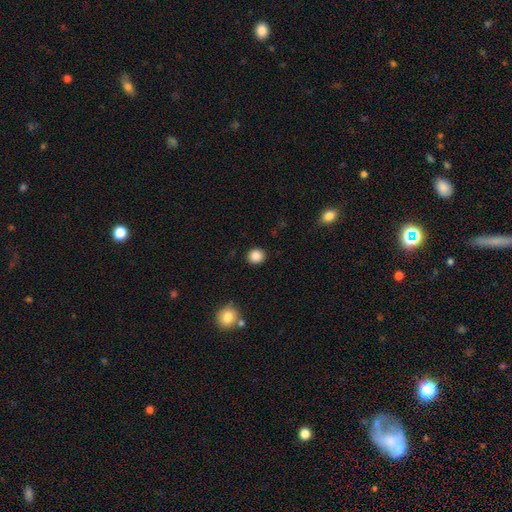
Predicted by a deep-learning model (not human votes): Smooth or featured? smooth (87%)
How rounded? round (89%)
Merging? none (91%)